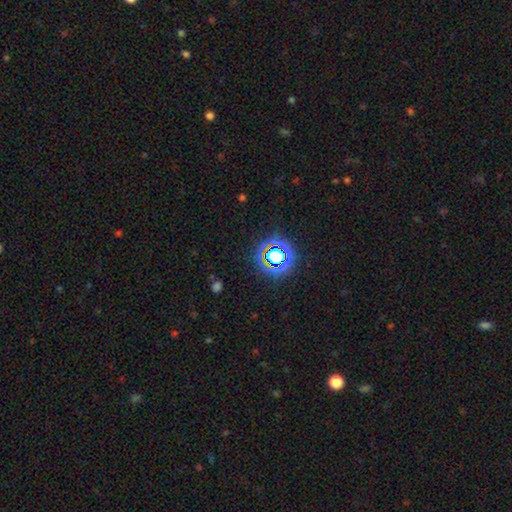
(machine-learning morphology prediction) Overall: star or artifact (75%).